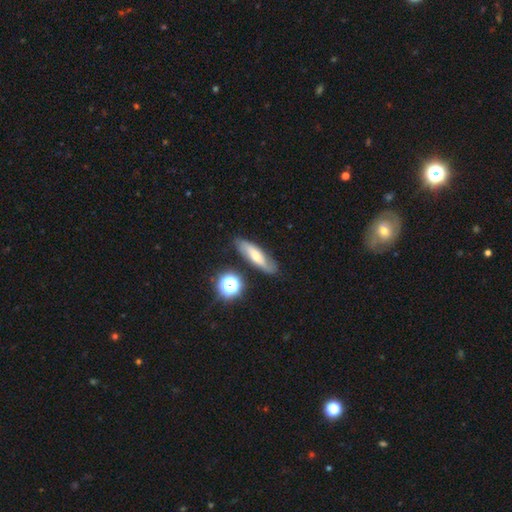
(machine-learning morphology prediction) This is possibly a smooth galaxy (48%). Merging: likely none (77%).